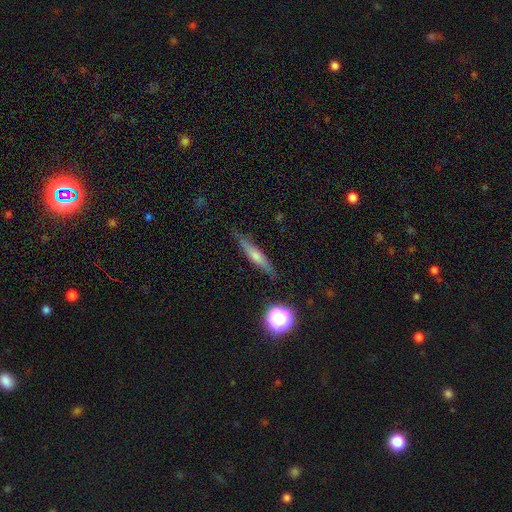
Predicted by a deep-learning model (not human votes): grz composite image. It shows a featured or disk galaxy (49%). Merging: none (84%).